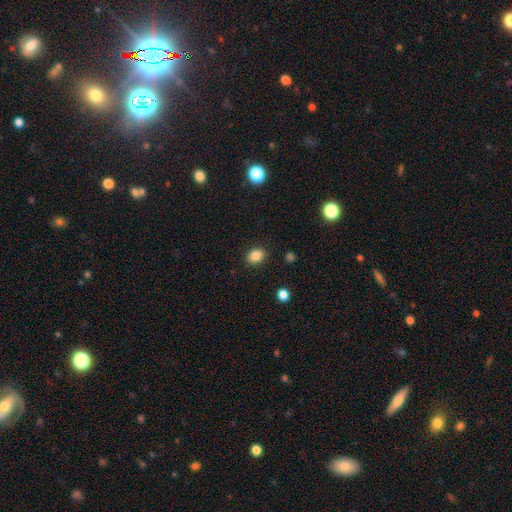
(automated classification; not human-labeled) This is clearly a smooth galaxy (84%). How rounded: possibly in between (51%). Merging: clearly none (88%).